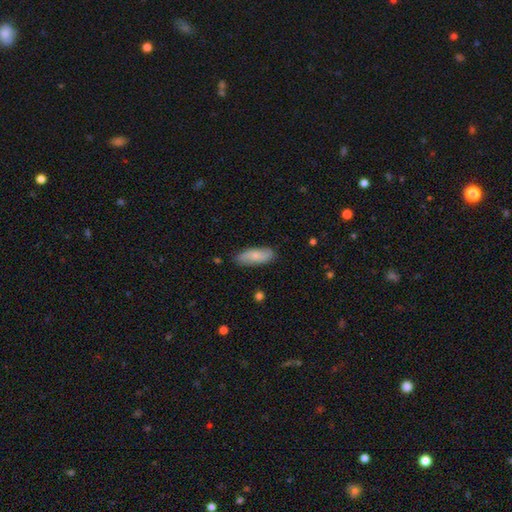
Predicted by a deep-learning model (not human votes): Smooth or featured: smooth — 71% (featured or disk — 23%)
How rounded: in between — 69% (cigar-shaped — 29%)
Merging: none — 84% (minor disturbance — 13%)